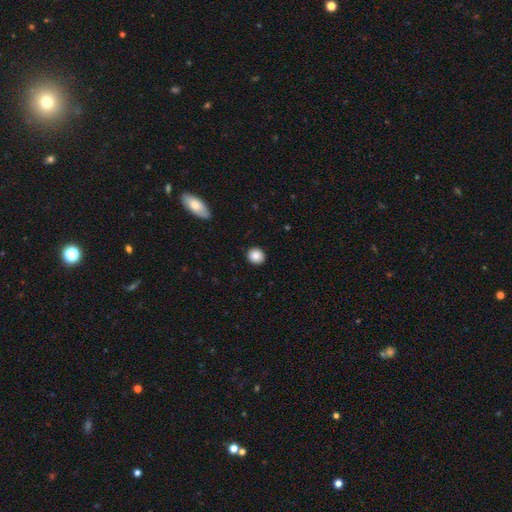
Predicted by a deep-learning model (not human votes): Smooth or featured? Predicted: smooth (p=0.86). How rounded? Predicted: round (p=0.88). Merging? Predicted: none (p=0.90).